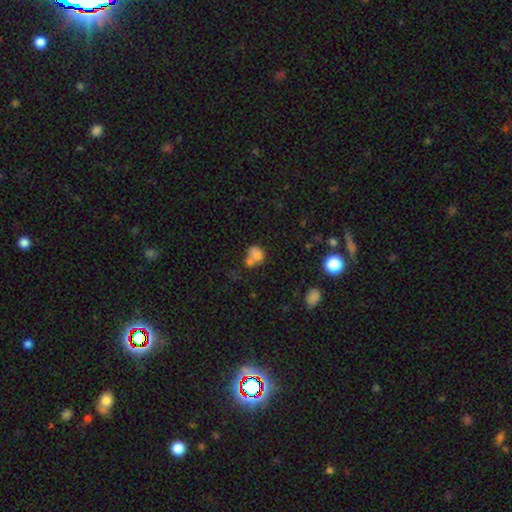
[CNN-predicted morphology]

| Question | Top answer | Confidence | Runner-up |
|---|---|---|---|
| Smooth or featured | smooth | 77% | star or artifact (12%) |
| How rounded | in between | 51% | round (47%) |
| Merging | merger | 49% | none (31%) |